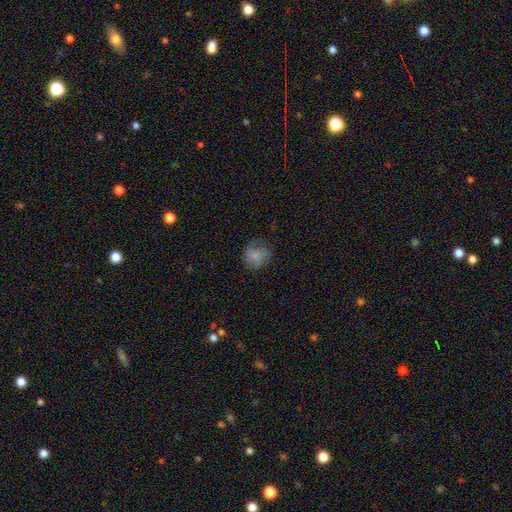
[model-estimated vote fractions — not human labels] smooth-or-featured: smooth: 73% | featured or disk: 17% | star or artifact: 11%
  how-rounded: round: 73% | in between: 26% | cigar-shaped: 1%
  merging: none: 59% | minor disturbance: 25% | major disturbance: 14% | merger: 1%